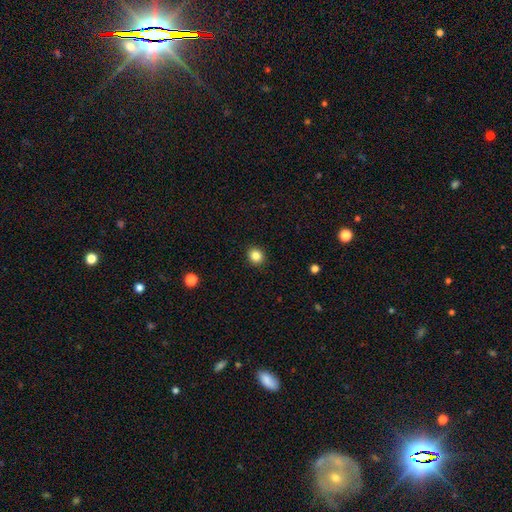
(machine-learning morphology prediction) Smooth or featured? Predicted: smooth (p=0.84). How rounded? Predicted: round (p=0.84). Merging? Predicted: none (p=0.92).